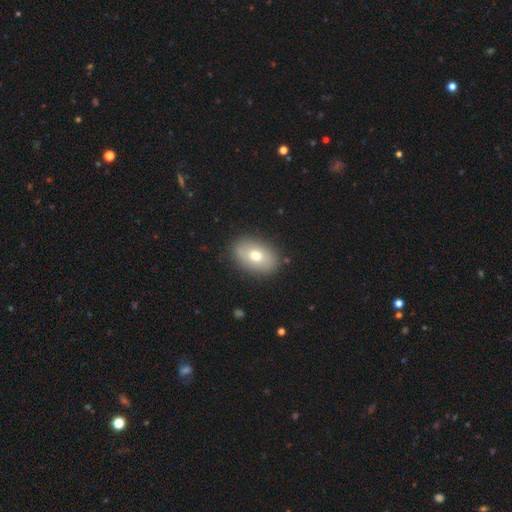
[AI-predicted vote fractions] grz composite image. It shows a smooth galaxy with no disk features (72%) that is in between round and cigar-shaped (85%). Merging: none (87%).